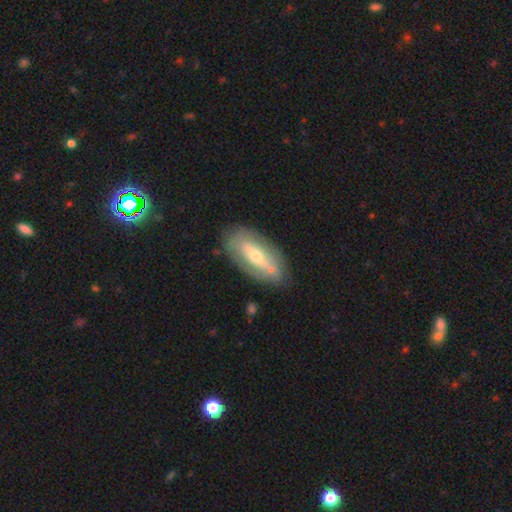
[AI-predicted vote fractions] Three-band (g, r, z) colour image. It shows a featured or disk galaxy (57%). Merging: none (73%).